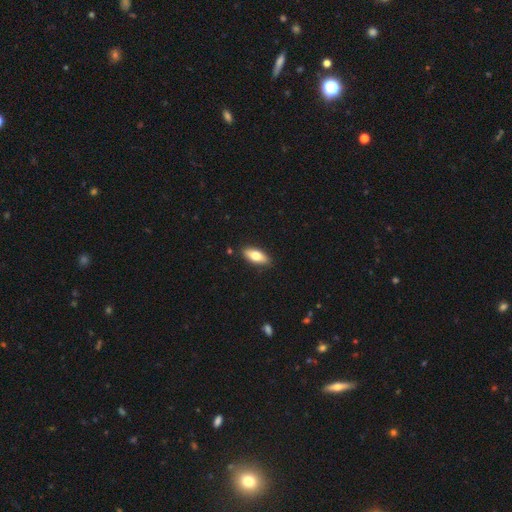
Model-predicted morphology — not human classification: This appears to be a smooth galaxy with no disk features (74%) that is in between round and cigar-shaped (80%). Merging: none (88%).